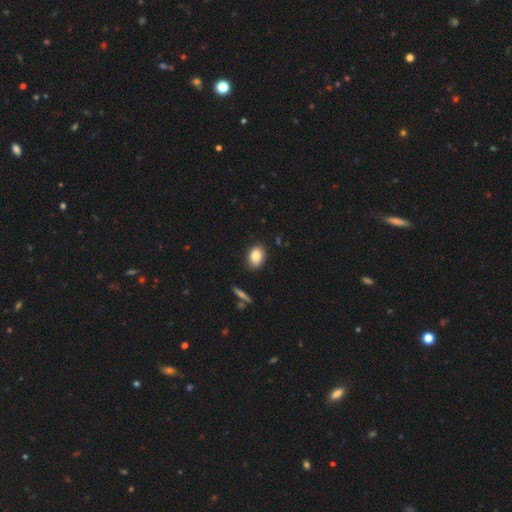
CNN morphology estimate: Smooth or featured?
  - smooth: 84% *
  - star or artifact: 9%
  - featured or disk: 8%
How rounded?
  - in between: 75% *
  - round: 23%
  - cigar-shaped: 2%
Merging?
  - none: 85% *
  - minor disturbance: 11%
  - major disturbance: 2%
  - merger: 2%